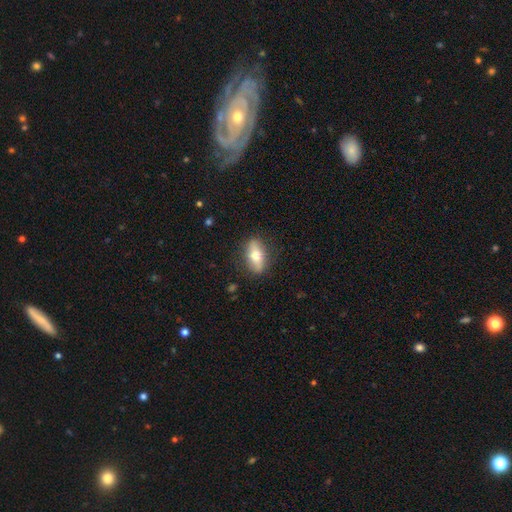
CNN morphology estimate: This appears to be a smooth galaxy with no disk features (63%) that is in between round and cigar-shaped (80%). Merging: none (84%).